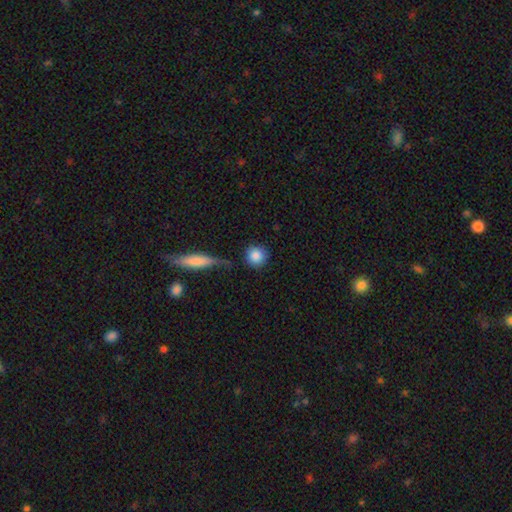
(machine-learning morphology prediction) smooth-or-featured: smooth: 86% | star or artifact: 7% | featured or disk: 6%
  how-rounded: round: 91% | in between: 7% | cigar-shaped: 2%
  merging: none: 76% | minor disturbance: 11% | merger: 8% | major disturbance: 5%